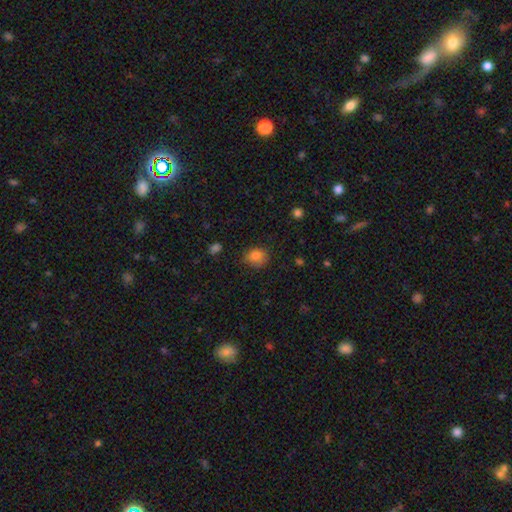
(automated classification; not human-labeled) A smooth galaxy with no disk features (82%) that is round (56%).

Vote fractions:
- Smooth or featured? smooth: 82% / star or artifact: 11% / featured or disk: 7%
- How rounded? round: 56% / in between: 43% / cigar-shaped: 1%
- Merging? none: 67% / minor disturbance: 24% / major disturbance: 8% / merger: 2%